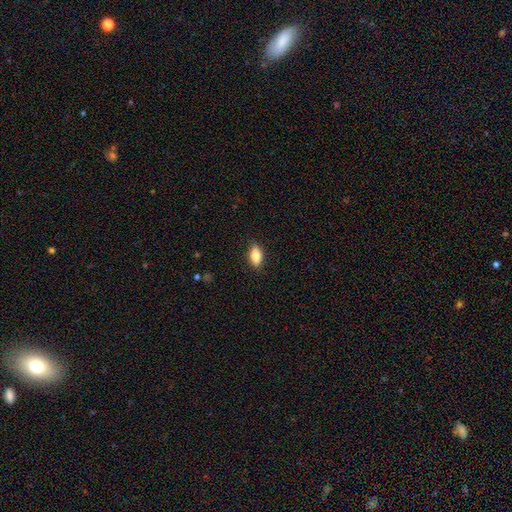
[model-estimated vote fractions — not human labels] smooth-or-featured: smooth: 78% | featured or disk: 14% | star or artifact: 7%
  how-rounded: in between: 83% | cigar-shaped: 12% | round: 4%
  merging: none: 87% | minor disturbance: 10% | major disturbance: 2% | merger: 1%